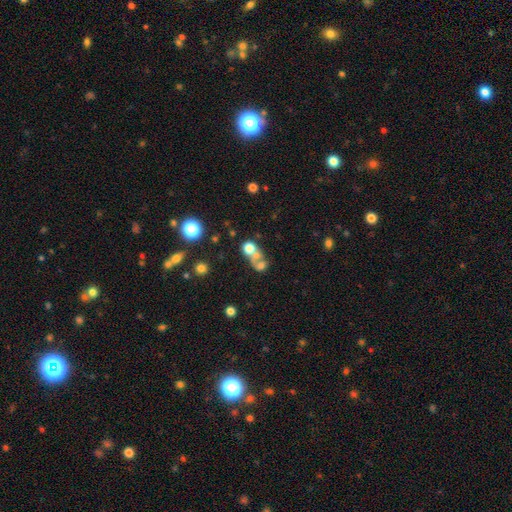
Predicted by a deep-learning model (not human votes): Overall: smooth (60%; featured or disk 22%). How rounded: round (71%). Merging: merger (58%; none 25%).